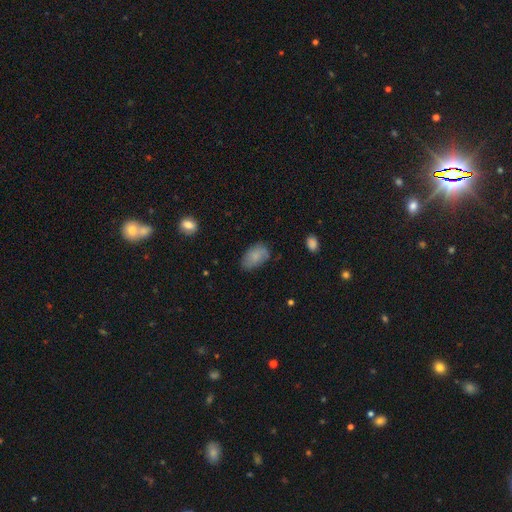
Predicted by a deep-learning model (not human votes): This appears to be a smooth galaxy with no disk features (81%) that is in between round and cigar-shaped (93%). Merging: none (68%).